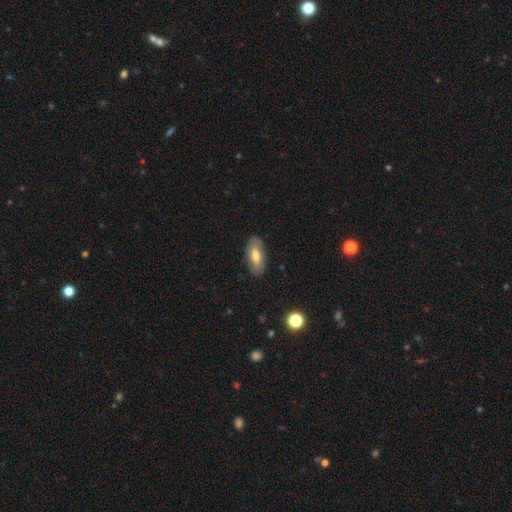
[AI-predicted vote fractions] Smooth or featured?
  - smooth: 65% *
  - featured or disk: 29%
  - star or artifact: 7%
How rounded?
  - in between: 85% *
  - cigar-shaped: 12%
  - round: 3%
Merging?
  - none: 84% *
  - minor disturbance: 12%
  - major disturbance: 3%
  - merger: 1%